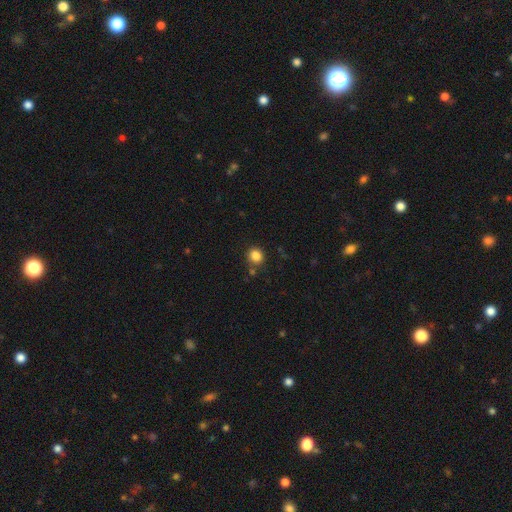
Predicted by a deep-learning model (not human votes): smooth-or-featured: smooth: 84% | star or artifact: 11% | featured or disk: 4%
  how-rounded: round: 74% | in between: 25% | cigar-shaped: 1%
  merging: none: 75% | minor disturbance: 14% | merger: 7% | major disturbance: 4%